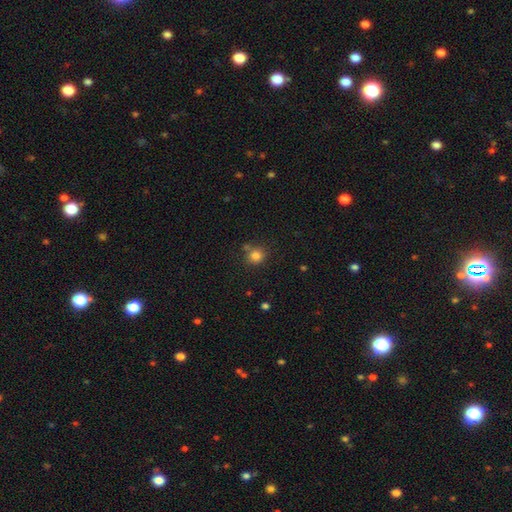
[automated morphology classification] Smooth or featured? smooth (83%)
How rounded? round (87%)
Merging? none (73%)